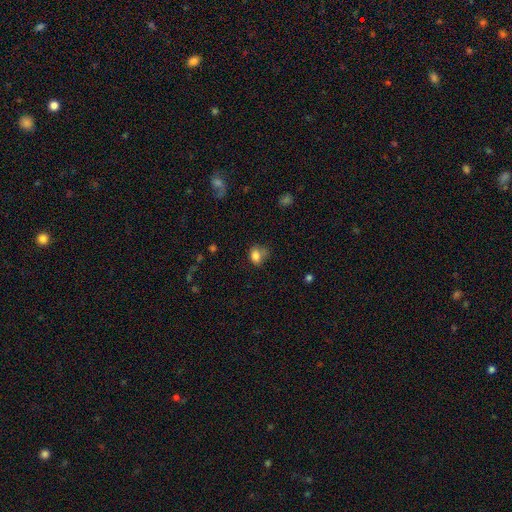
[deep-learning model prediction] smooth_or_featured: smooth (p=0.80) [alt: star or artifact p=0.11]
how_rounded: in between (p=0.52) [alt: round p=0.47]
merging: none (p=0.45) [alt: minor disturbance p=0.33]